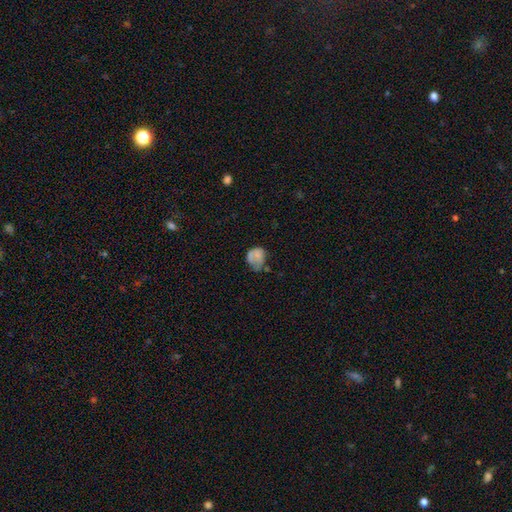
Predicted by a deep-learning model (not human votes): A smooth galaxy with no disk features (69%) that is round (52%). Merging: minor disturbance (35%).